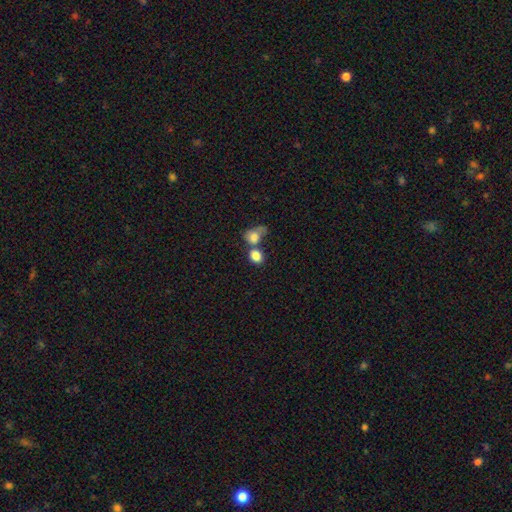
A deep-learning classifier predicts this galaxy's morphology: A smooth galaxy with no disk features (83%) that is round (51%).

Vote fractions:
- Smooth or featured? smooth: 83% / star or artifact: 9% / featured or disk: 8%
- How rounded? round: 51% / in between: 48% / cigar-shaped: 1%
- Merging? merger: 49% / none: 35% / minor disturbance: 10% / major disturbance: 6%